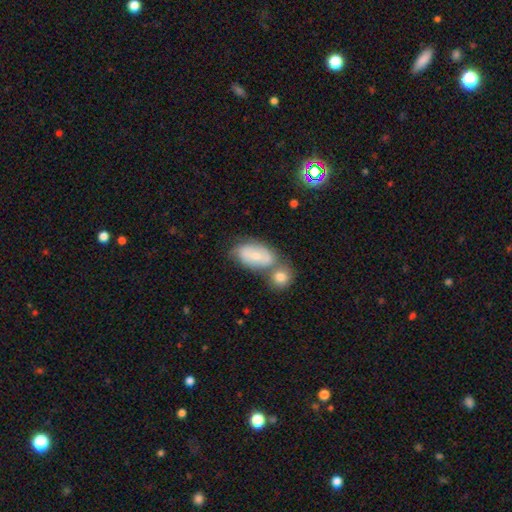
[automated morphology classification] This is possibly a smooth galaxy (54%). How rounded: clearly in between (88%). Merging: possibly merger (46%).